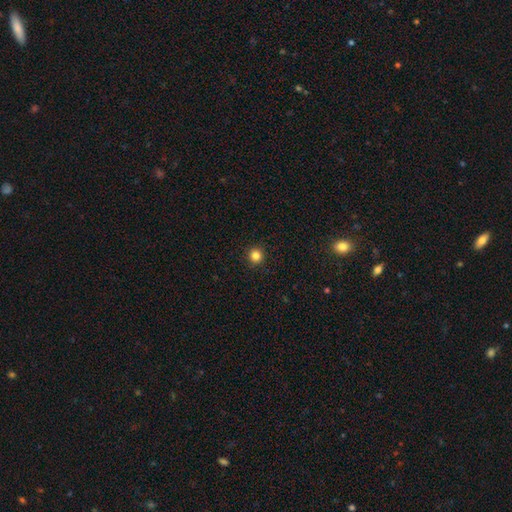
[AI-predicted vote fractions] The model was most divided on "smooth or featured": smooth: 84%, star or artifact: 13%, featured or disk: 4%. More confident: how rounded — round (95%); merging — none (93%).